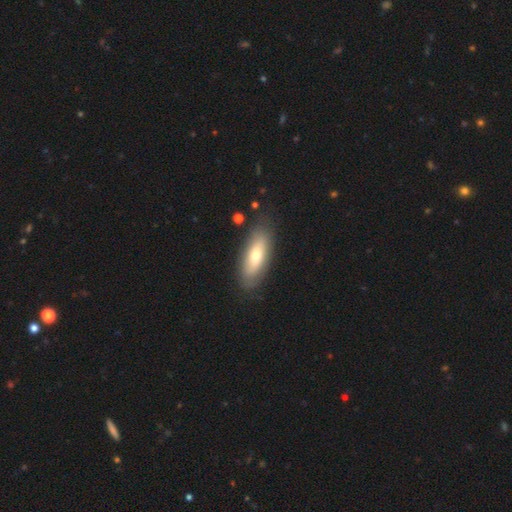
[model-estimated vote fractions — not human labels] Smooth or featured?
  - smooth: 63% *
  - featured or disk: 30%
  - star or artifact: 6%
How rounded?
  - in between: 73% *
  - cigar-shaped: 25%
  - round: 2%
Merging?
  - none: 82% *
  - minor disturbance: 13%
  - major disturbance: 3%
  - merger: 2%